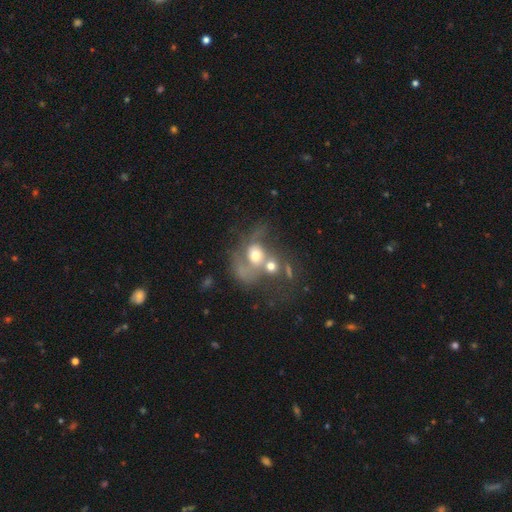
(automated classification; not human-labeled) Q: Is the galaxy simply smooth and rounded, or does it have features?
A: featured or disk — 52%.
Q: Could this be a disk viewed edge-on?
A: no — 97%.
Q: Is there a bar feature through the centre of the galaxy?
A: no — 79%.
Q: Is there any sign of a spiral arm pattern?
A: yes — 58%.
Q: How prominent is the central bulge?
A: moderate — 56%.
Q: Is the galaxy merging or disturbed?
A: merger — 57%.